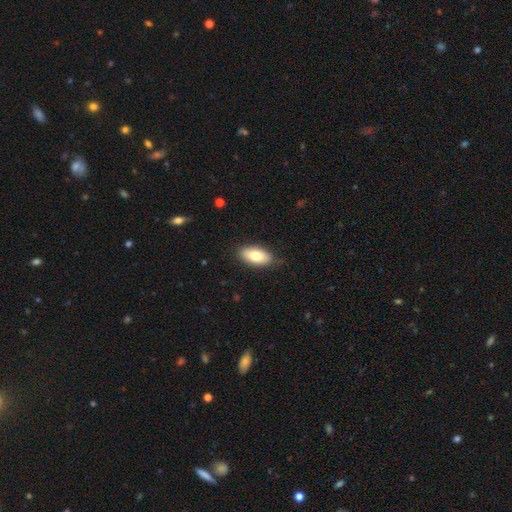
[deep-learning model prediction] Smooth or featured?
  - smooth: 78% *
  - featured or disk: 15%
  - star or artifact: 6%
How rounded?
  - in between: 91% *
  - cigar-shaped: 6%
  - round: 3%
Merging?
  - none: 84% *
  - minor disturbance: 13%
  - major disturbance: 2%
  - merger: 1%